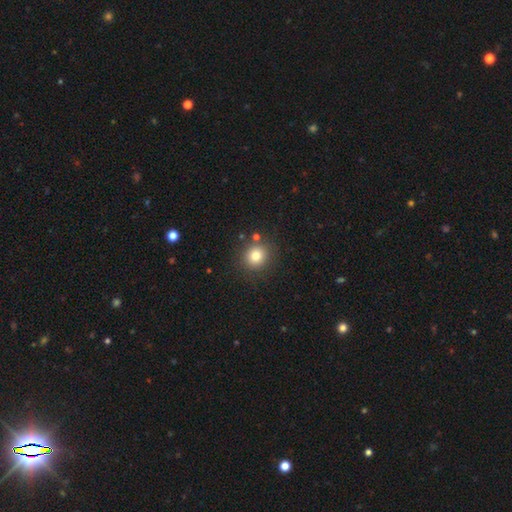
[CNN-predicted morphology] Smooth or featured?
  - smooth: 79% *
  - star or artifact: 13%
  - featured or disk: 8%
How rounded?
  - round: 87% *
  - in between: 12%
  - cigar-shaped: 1%
Merging?
  - none: 84% *
  - minor disturbance: 8%
  - merger: 5%
  - major disturbance: 3%